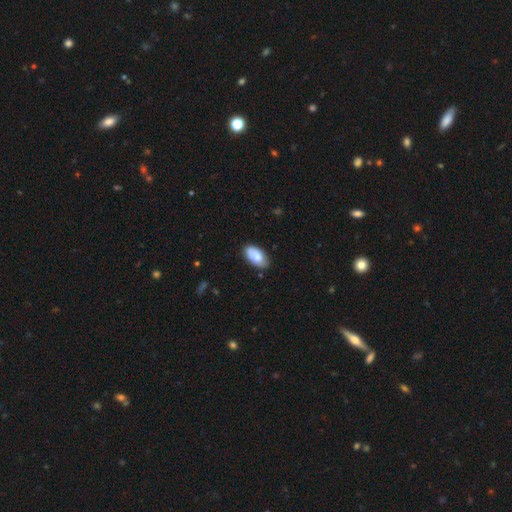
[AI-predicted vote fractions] This appears to be a smooth galaxy with no disk features (74%) that is in between round and cigar-shaped (94%). Merging: none (76%).